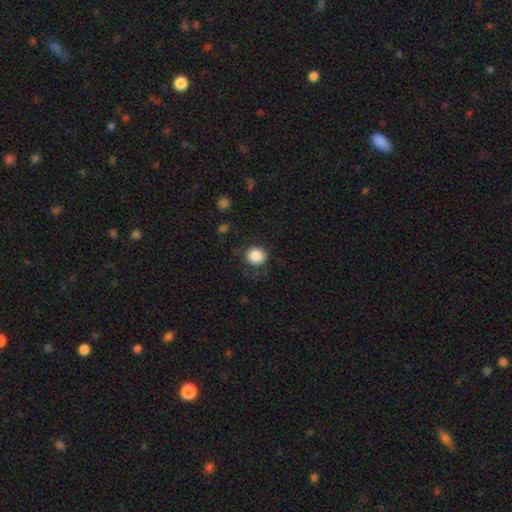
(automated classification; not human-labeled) This is clearly a smooth galaxy (86%). How rounded: clearly round (92%). Merging: clearly none (80%).